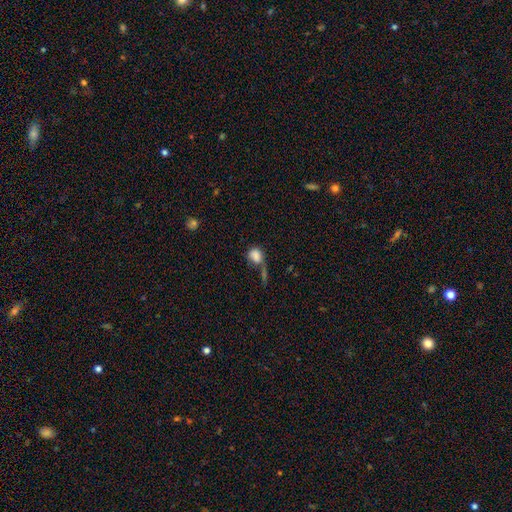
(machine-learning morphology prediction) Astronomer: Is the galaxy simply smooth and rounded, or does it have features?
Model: smooth — 81%.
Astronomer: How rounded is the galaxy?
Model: in between — 53% (runner-up: round, 45%).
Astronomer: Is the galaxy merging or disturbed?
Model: none — 36% (runner-up: merger, 26%).